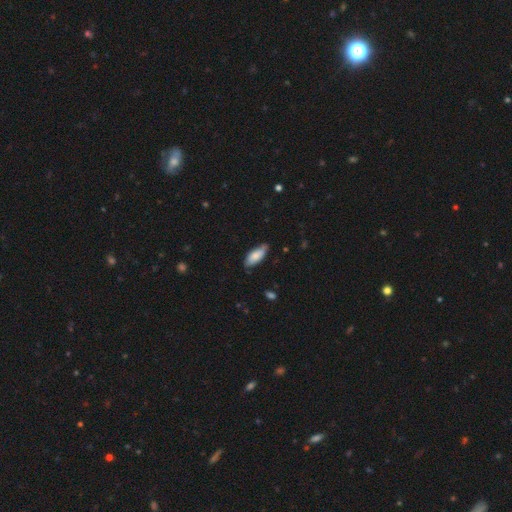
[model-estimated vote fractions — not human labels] Overall: smooth (78%). How rounded: in between (81%). Merging: none (75%).